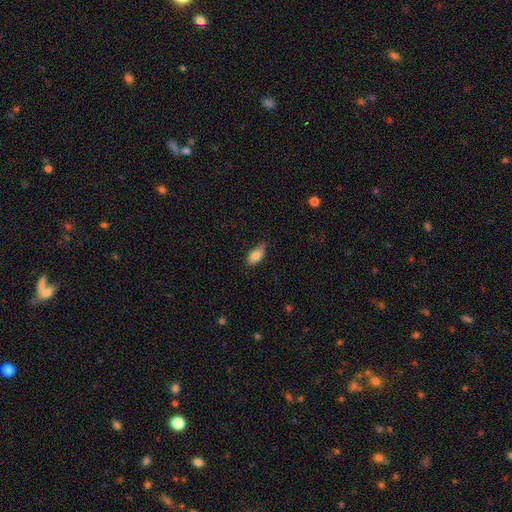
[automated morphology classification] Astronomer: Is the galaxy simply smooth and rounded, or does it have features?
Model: smooth — 80%.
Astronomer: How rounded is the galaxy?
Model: in between — 88%.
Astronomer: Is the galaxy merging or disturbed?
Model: none — 70%.